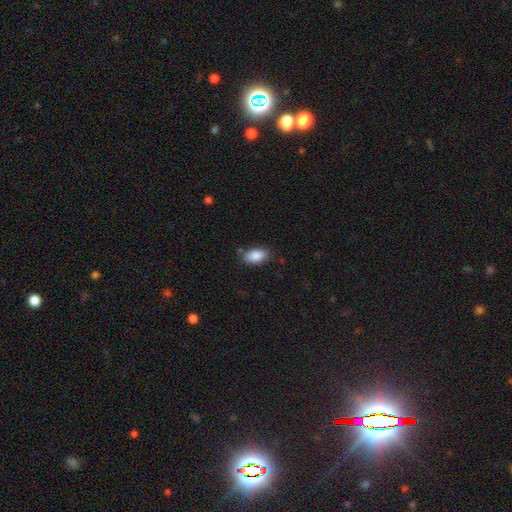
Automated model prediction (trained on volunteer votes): This appears to be a smooth galaxy with no disk features (87%) that is in between round and cigar-shaped (93%). Merging: none (80%).